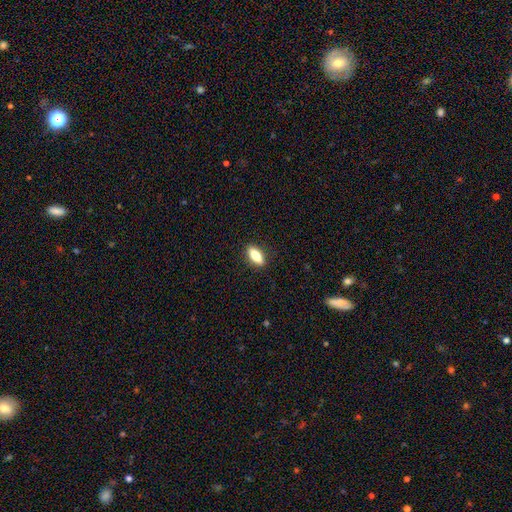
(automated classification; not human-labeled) This is likely a smooth galaxy (74%). How rounded: likely in between (70%). Merging: clearly none (88%).